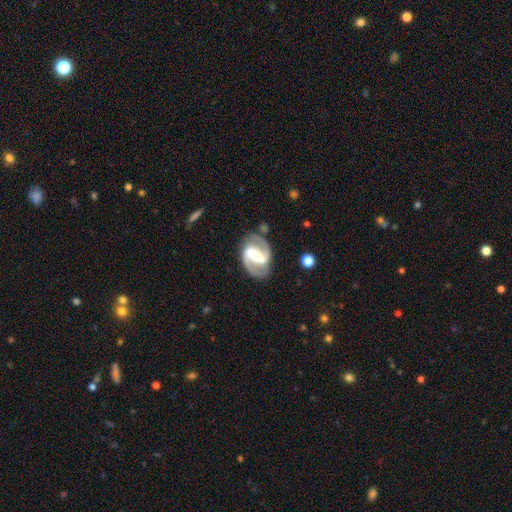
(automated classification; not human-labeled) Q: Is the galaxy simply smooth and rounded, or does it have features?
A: featured or disk — 90%.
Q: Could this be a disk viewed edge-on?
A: no — 98%.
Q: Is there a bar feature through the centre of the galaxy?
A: strong — 72%.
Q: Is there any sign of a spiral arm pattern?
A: yes — 96%.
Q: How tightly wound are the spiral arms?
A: medium — 54%.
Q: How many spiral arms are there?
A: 2 — 93%.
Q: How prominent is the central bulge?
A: moderate — 48%.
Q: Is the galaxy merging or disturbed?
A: none — 82%.